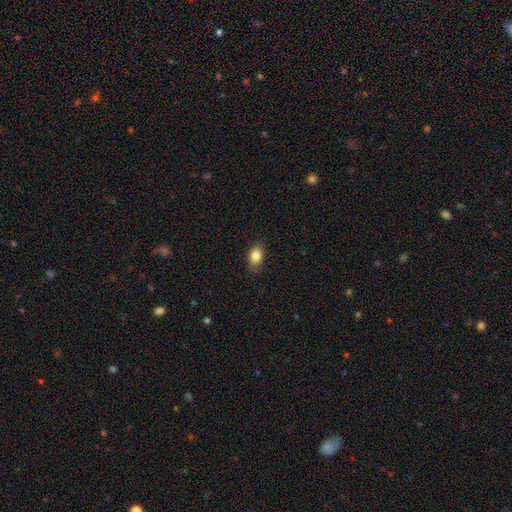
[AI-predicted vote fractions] Smooth or featured?
  - smooth: 85% *
  - star or artifact: 9%
  - featured or disk: 7%
How rounded?
  - in between: 78% *
  - round: 20%
  - cigar-shaped: 2%
Merging?
  - none: 80% *
  - minor disturbance: 16%
  - major disturbance: 3%
  - merger: 1%